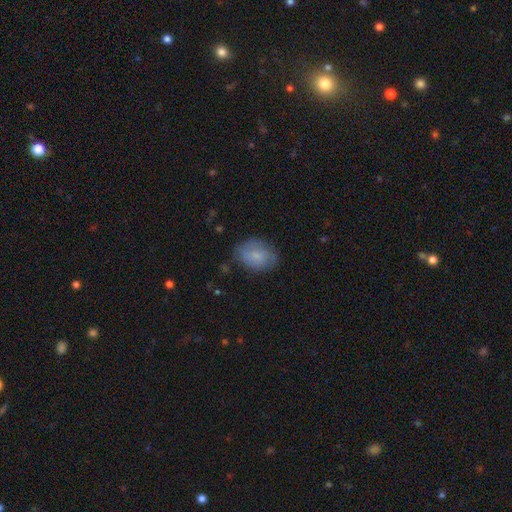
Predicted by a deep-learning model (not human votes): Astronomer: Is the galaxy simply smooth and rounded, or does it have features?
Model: smooth — 75%.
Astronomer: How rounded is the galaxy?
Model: in between — 69%.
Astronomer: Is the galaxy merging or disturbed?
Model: none — 72%.